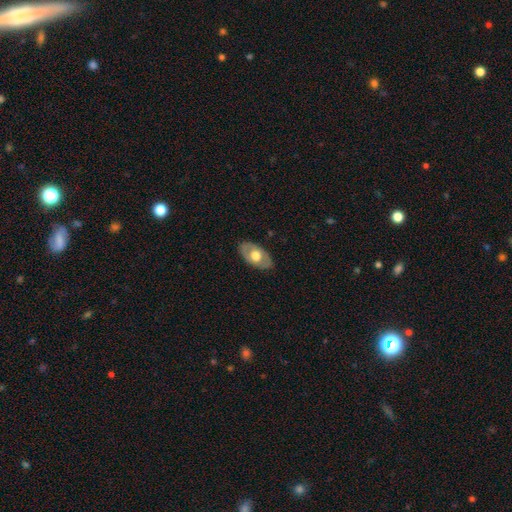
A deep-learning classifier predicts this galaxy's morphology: Overall: featured or disk (48%; smooth 47%). Merging: none (83%).